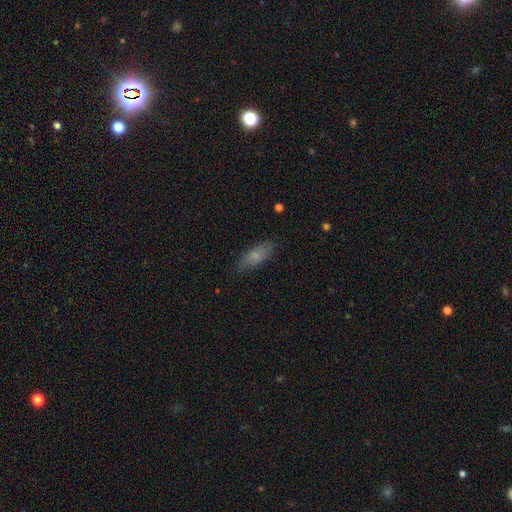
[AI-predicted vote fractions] A smooth galaxy with no disk features (71%) that is in between round and cigar-shaped (74%).

Vote fractions:
- Smooth or featured? smooth: 71% / featured or disk: 22% / star or artifact: 7%
- How rounded? in between: 74% / cigar-shaped: 23% / round: 3%
- Merging? none: 77% / minor disturbance: 19% / major disturbance: 4% / merger: 1%